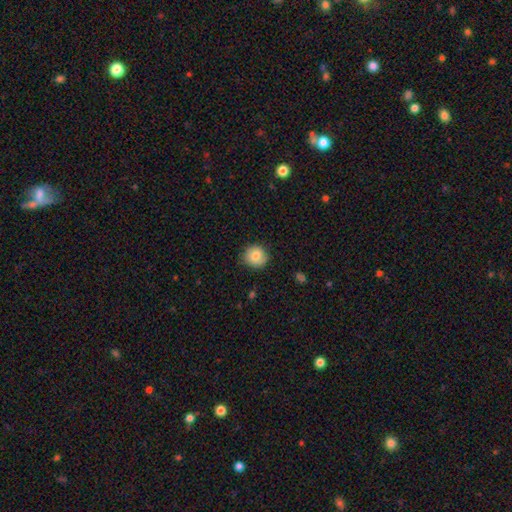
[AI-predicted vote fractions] smooth 82%, featured or disk 9%, star or artifact 9%. Down the decision tree: how rounded — round (88%); merging — none (81%).